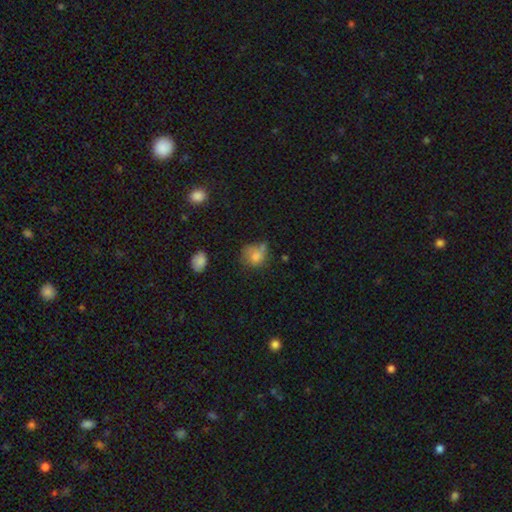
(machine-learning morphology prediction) Smooth or featured? smooth (72%)
How rounded? round (59%)
Merging? none (37%)